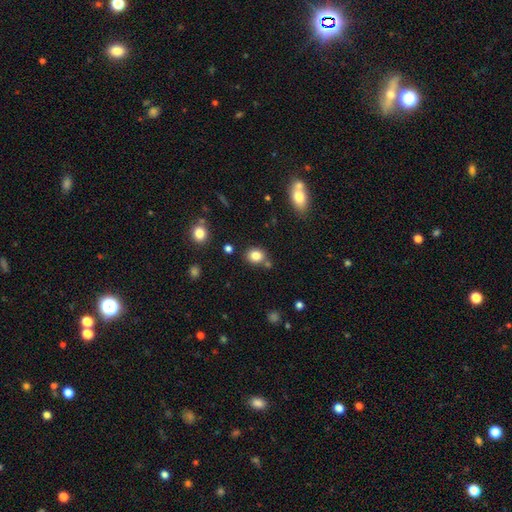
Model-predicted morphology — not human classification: Smooth or featured? Predicted: smooth (p=0.83). How rounded? Predicted: round (p=0.59). Merging? Predicted: none (p=0.75).